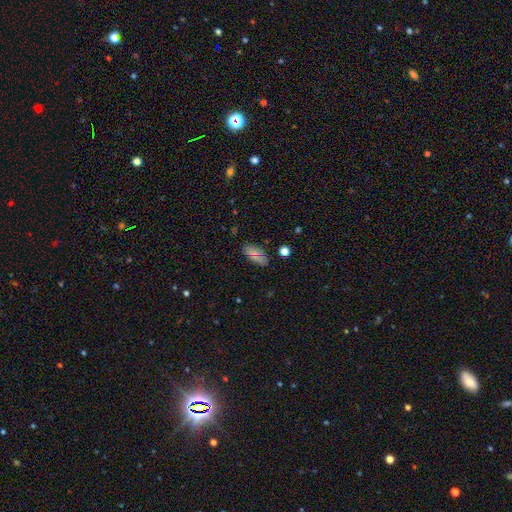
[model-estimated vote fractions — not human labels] The model was most divided on "smooth or featured": smooth: 72%, featured or disk: 15%, star or artifact: 13%. More confident: how rounded — in between (80%); merging — none (79%).